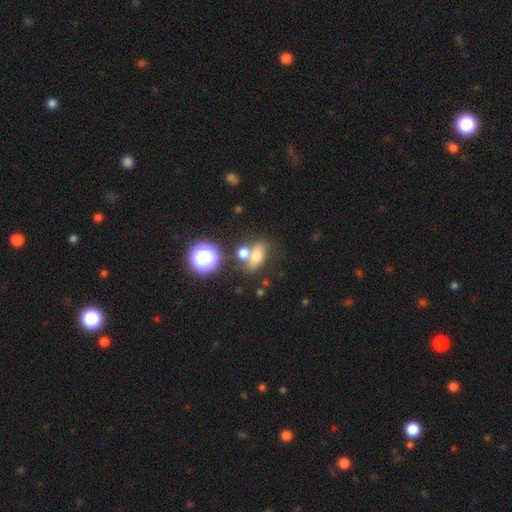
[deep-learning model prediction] Smooth or featured? Predicted: smooth (p=0.64). How rounded? Predicted: in between (p=0.63). Merging? Predicted: none (p=0.46).